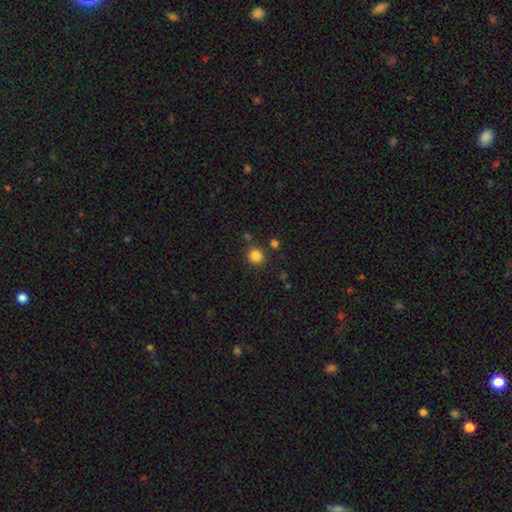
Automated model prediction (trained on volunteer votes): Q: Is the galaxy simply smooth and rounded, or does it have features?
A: smooth — 84%.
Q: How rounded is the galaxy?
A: round — 91%.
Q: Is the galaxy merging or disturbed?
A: none — 86%.